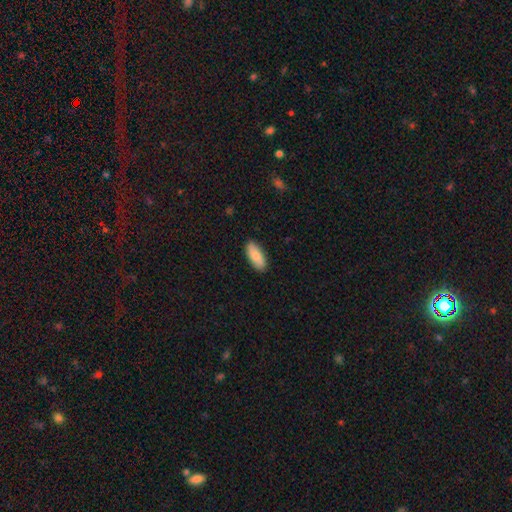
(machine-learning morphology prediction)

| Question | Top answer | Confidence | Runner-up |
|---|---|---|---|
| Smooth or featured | smooth | 84% | featured or disk (10%) |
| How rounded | in between | 83% | cigar-shaped (15%) |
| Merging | none | 87% | minor disturbance (10%) |